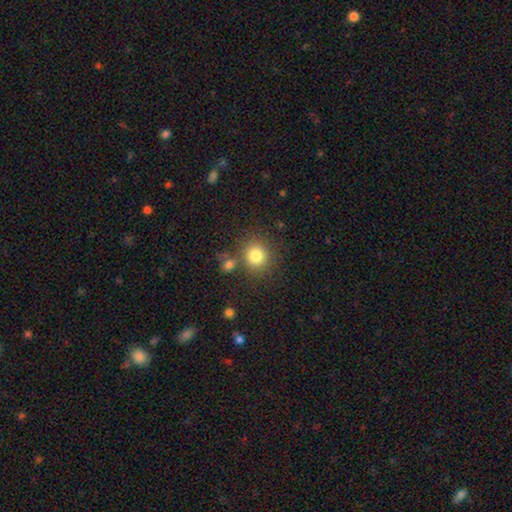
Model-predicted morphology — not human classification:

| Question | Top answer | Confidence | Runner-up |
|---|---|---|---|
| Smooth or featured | smooth | 81% | star or artifact (12%) |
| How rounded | round | 85% | in between (14%) |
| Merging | none | 76% | merger (11%) |